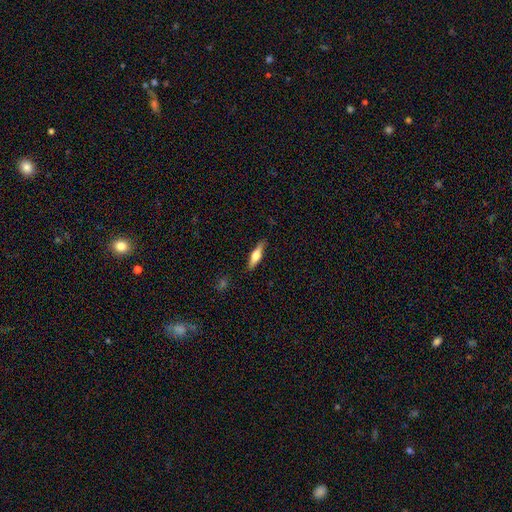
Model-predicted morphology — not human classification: A smooth galaxy with no disk features (52%) that is cigar-shaped (67%).

Vote fractions:
- Smooth or featured? smooth: 52% / featured or disk: 42% / star or artifact: 6%
- How rounded? cigar-shaped: 67% / in between: 31% / round: 2%
- Merging? none: 86% / minor disturbance: 11% / major disturbance: 2% / merger: 1%